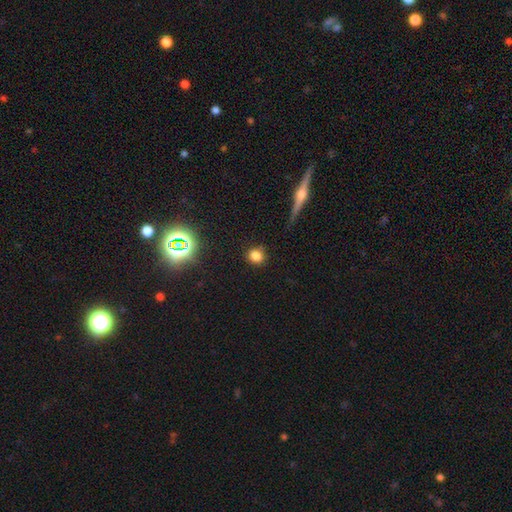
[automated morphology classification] Smooth or featured? Predicted: smooth (p=0.78). How rounded? Predicted: round (p=0.72). Merging? Predicted: none (p=0.82).